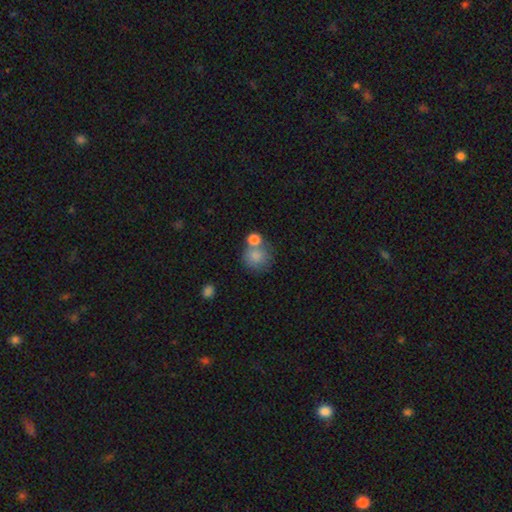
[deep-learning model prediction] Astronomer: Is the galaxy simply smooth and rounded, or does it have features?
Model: smooth — 81%.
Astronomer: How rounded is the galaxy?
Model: round — 84%.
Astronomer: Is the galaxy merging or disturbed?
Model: none — 47% (runner-up: merger, 35%).